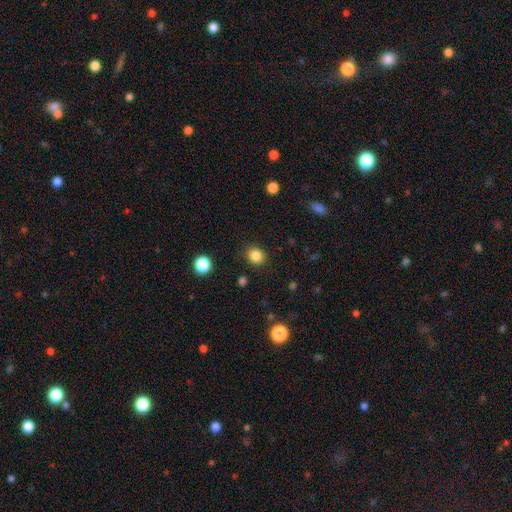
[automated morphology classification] The model was most divided on "how rounded": round: 76%, in between: 23%, cigar-shaped: 1%. More confident: merging — none (88%); smooth or featured — smooth (84%).